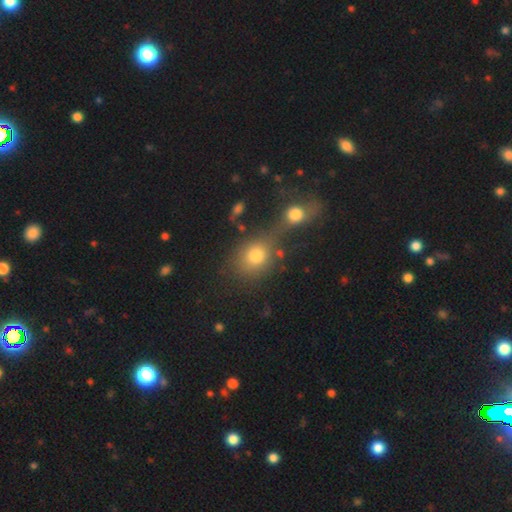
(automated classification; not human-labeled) Morphology: type=smooth (75%); roundness=round (59%); merging=none (45%).